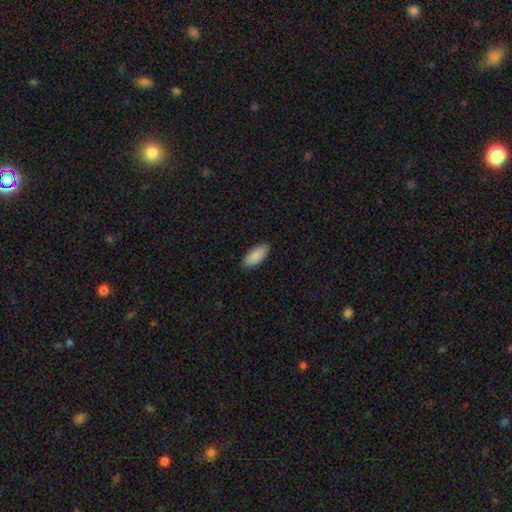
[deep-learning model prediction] Smooth or featured?
  - smooth: 90% *
  - star or artifact: 6%
  - featured or disk: 5%
How rounded?
  - in between: 85% *
  - cigar-shaped: 14%
  - round: 2%
Merging?
  - none: 88% *
  - minor disturbance: 10%
  - major disturbance: 2%
  - merger: 1%